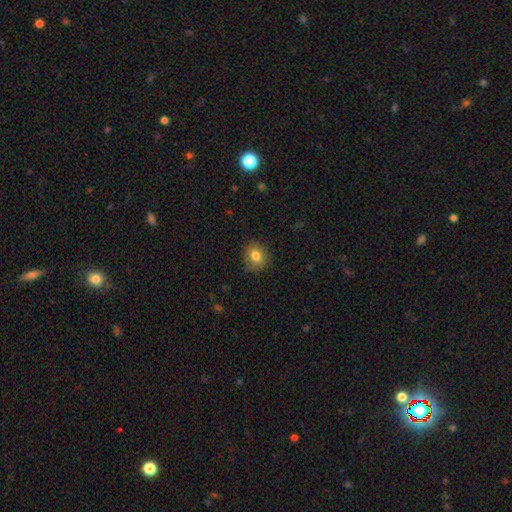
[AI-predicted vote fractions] Smooth or featured?
  - smooth: 81% *
  - star or artifact: 10%
  - featured or disk: 9%
How rounded?
  - round: 73% *
  - in between: 26%
  - cigar-shaped: 1%
Merging?
  - none: 81% *
  - minor disturbance: 15%
  - major disturbance: 3%
  - merger: 1%